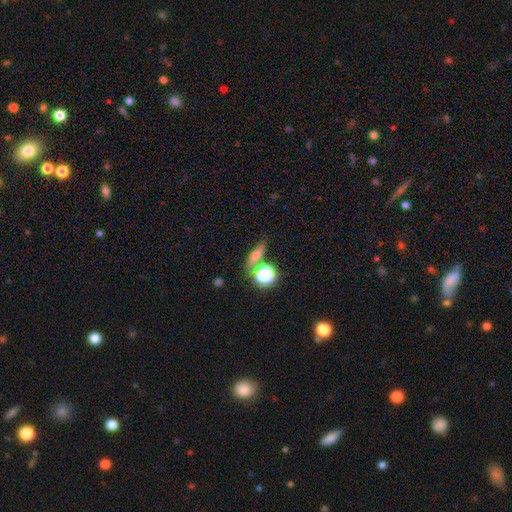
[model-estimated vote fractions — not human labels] smooth-or-featured: smooth: 43% | featured or disk: 36% | star or artifact: 21%
  merging: none: 71% | minor disturbance: 12% | merger: 12% | major disturbance: 5%